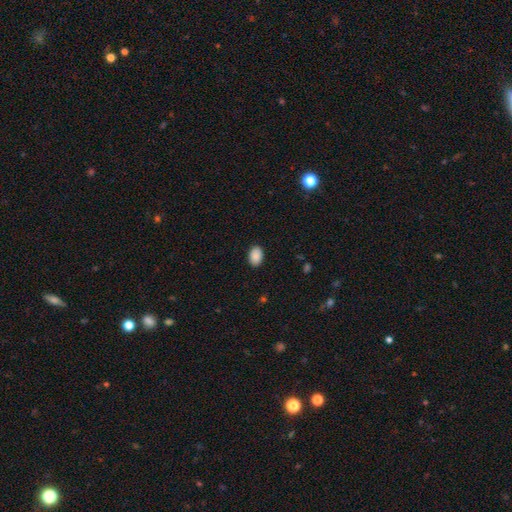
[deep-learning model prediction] smooth-or-featured: smooth: 90% | star or artifact: 7% | featured or disk: 3%
  how-rounded: in between: 86% | round: 13% | cigar-shaped: 1%
  merging: none: 89% | minor disturbance: 8% | major disturbance: 2% | merger: 1%